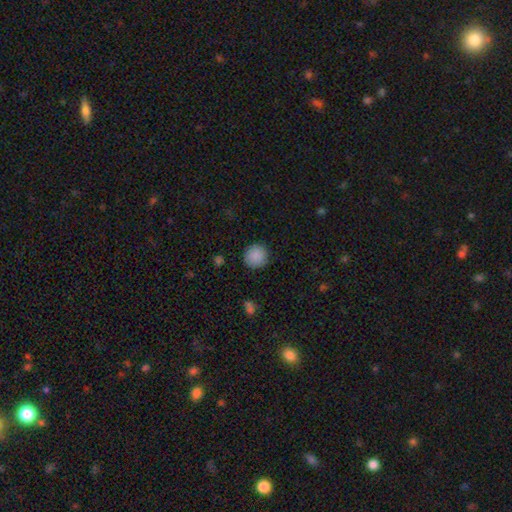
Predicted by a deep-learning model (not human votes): Smooth or featured? Predicted: smooth (p=0.88). How rounded? Predicted: round (p=0.92). Merging? Predicted: none (p=0.89).